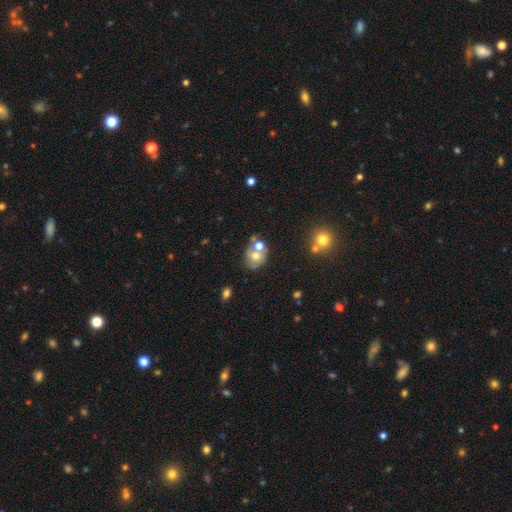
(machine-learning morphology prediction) The model was most divided on "merging": none: 39%, merger: 35%, minor disturbance: 17%, major disturbance: 9%. Remaining: smooth or featured — smooth (49%).